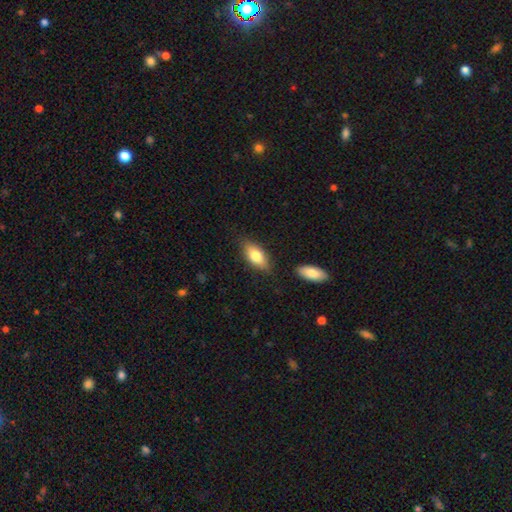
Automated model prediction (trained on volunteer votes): smooth-or-featured: smooth: 77% | featured or disk: 17% | star or artifact: 6%
  how-rounded: in between: 86% | cigar-shaped: 11% | round: 3%
  merging: none: 81% | minor disturbance: 13% | merger: 4% | major disturbance: 3%